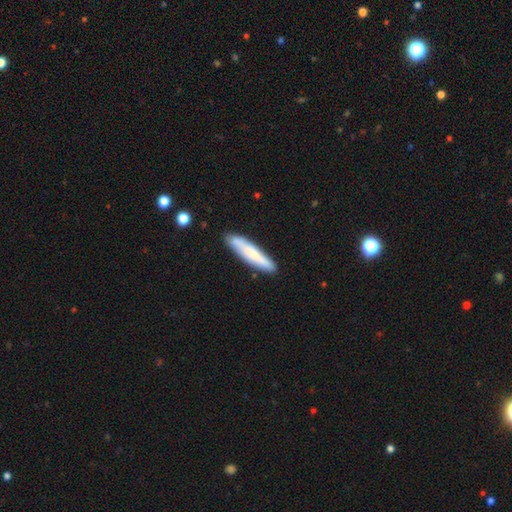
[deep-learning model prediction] smooth-or-featured: smooth: 71% | featured or disk: 24% | star or artifact: 5%
  how-rounded: cigar-shaped: 84% | in between: 14% | round: 1%
  merging: none: 79% | minor disturbance: 15% | merger: 3% | major disturbance: 3%